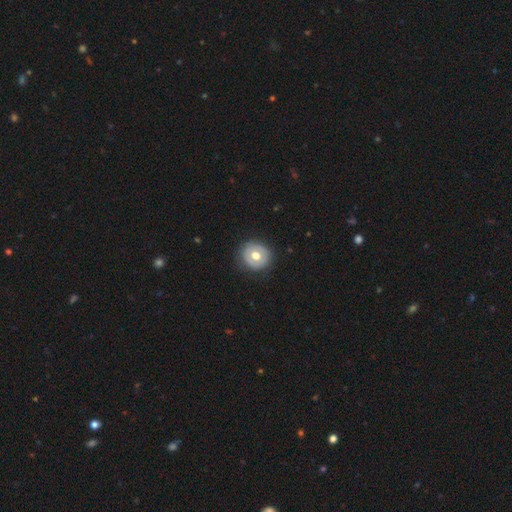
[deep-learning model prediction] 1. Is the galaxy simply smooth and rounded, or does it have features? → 55% smooth, 38% featured or disk, 7% star or artifact.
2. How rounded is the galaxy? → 91% round, 8% in between, 1% cigar-shaped.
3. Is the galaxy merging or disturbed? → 87% none, 10% minor disturbance, 3% major disturbance, 1% merger.